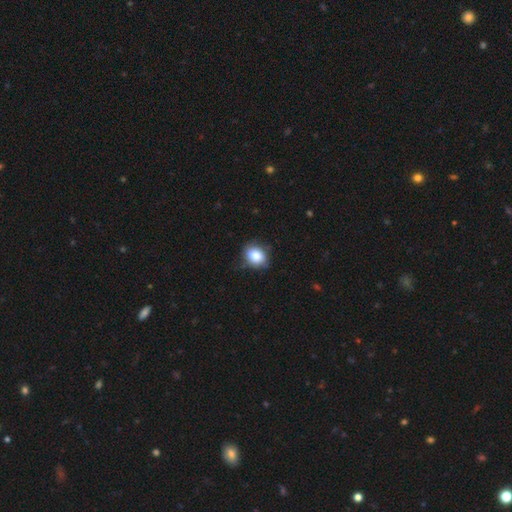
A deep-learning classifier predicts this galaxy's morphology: This is clearly a smooth galaxy (83%). How rounded: possibly in between (51%). Merging: likely none (78%).